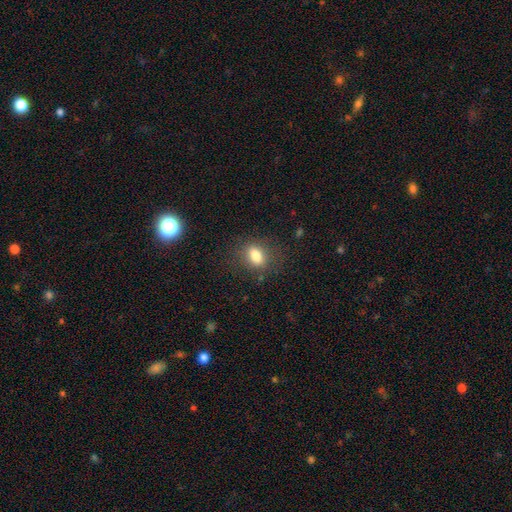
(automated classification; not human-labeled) Q: Smooth or featured?
A: smooth (80%); runner-up: star or artifact (10%)
Q: How rounded?
A: in between (72%); runner-up: round (25%)
Q: Merging?
A: none (80%); runner-up: minor disturbance (13%)